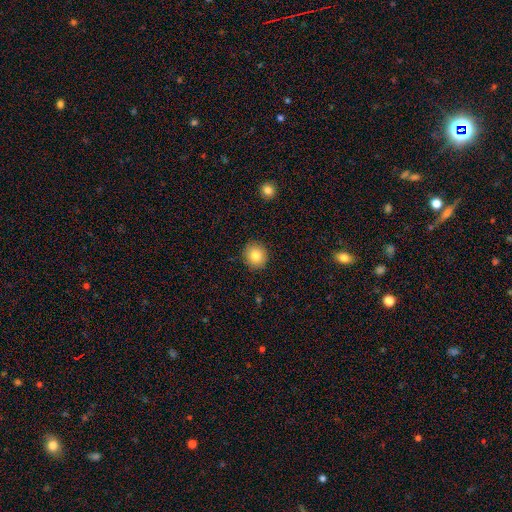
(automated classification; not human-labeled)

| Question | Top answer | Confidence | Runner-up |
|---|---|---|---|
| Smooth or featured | smooth | 82% | star or artifact (10%) |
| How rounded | round | 88% | in between (11%) |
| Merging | none | 90% | minor disturbance (7%) |